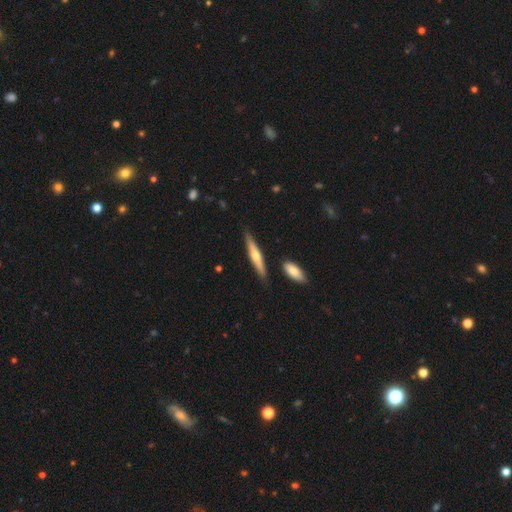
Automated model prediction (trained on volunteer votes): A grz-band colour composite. It shows a featured or disk galaxy (52%) viewed edge-on (93%). Merging: none (84%).